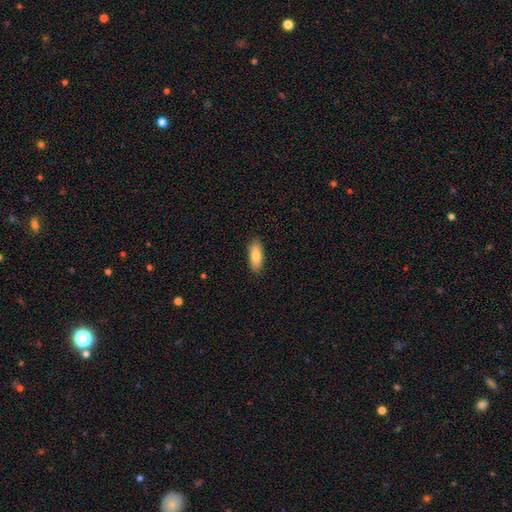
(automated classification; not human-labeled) smooth 85%, featured or disk 9%, star or artifact 6%. Down the decision tree: how rounded — in between (75%); merging — none (88%).